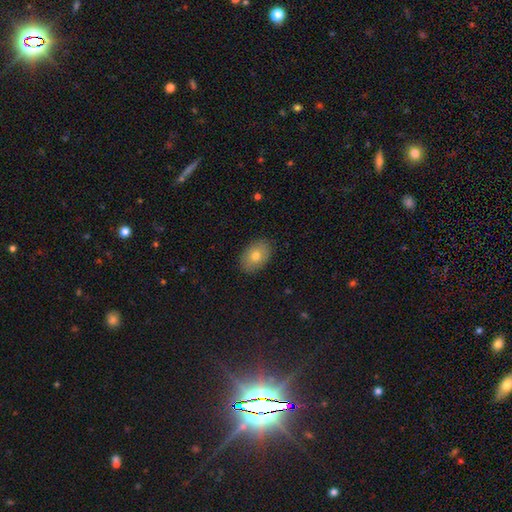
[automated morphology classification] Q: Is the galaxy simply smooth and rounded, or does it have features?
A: smooth — 75%.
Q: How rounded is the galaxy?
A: in between — 84%.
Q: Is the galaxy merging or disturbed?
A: none — 87%.